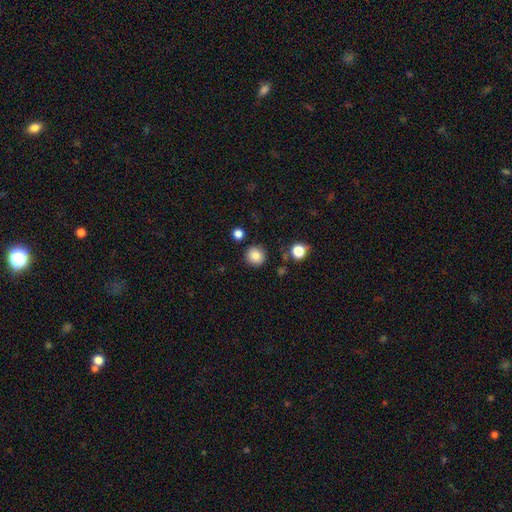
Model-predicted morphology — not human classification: Smooth or featured? Predicted: smooth (p=0.84). How rounded? Predicted: round (p=0.93). Merging? Predicted: none (p=0.87).